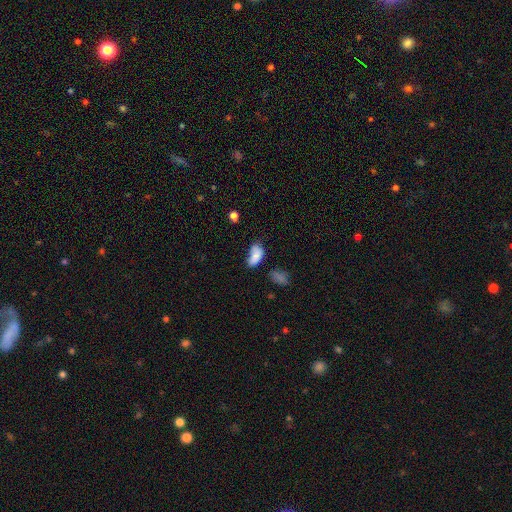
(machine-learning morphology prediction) Smooth or featured? smooth (79%)
How rounded? in between (91%)
Merging? none (37%)